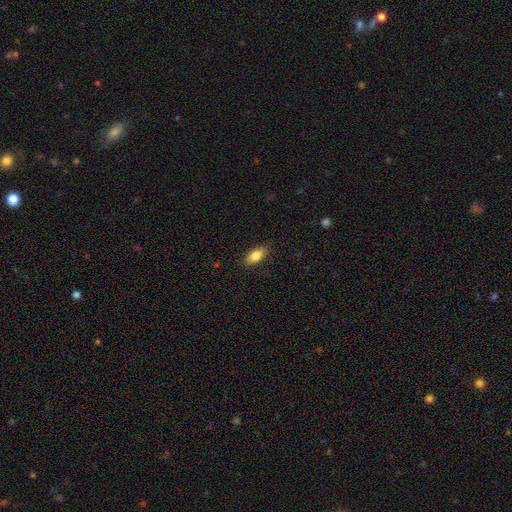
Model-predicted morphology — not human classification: smooth_or_featured: smooth (p=0.82) [alt: featured or disk p=0.11]
how_rounded: in between (p=0.85) [alt: cigar-shaped p=0.12]
merging: none (p=0.86) [alt: minor disturbance p=0.11]